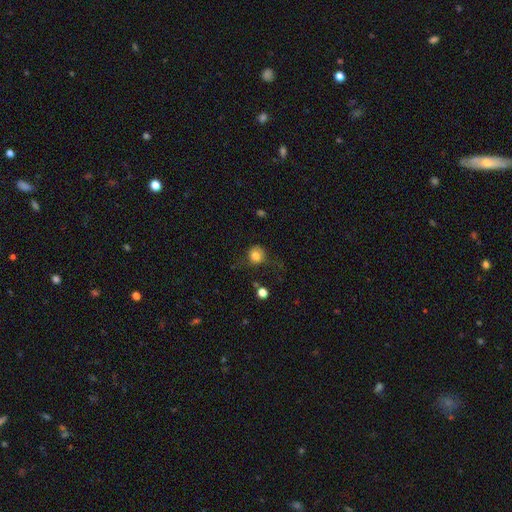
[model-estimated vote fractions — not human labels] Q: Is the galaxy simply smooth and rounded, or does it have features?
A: smooth — 79%.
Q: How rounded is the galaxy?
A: round — 80%.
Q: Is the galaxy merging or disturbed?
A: none — 57%.